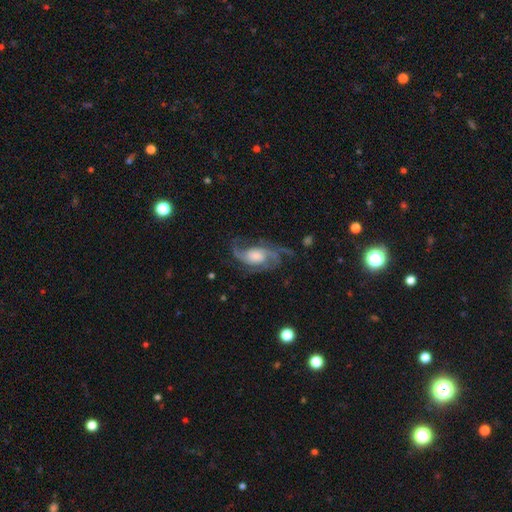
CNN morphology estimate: The model was most divided on "spiral arm count": 2: 39%, 3: 32%, can't tell: 11%, 4: 7%, 1: 6%, more than 4: 5%. Remaining: spiral arms — yes (97%); edge-on disk — no (96%); smooth or featured — featured or disk (86%); bar — no (63%); merging — none (62%); spiral winding — medium (49%); bulge size — moderate (46%).